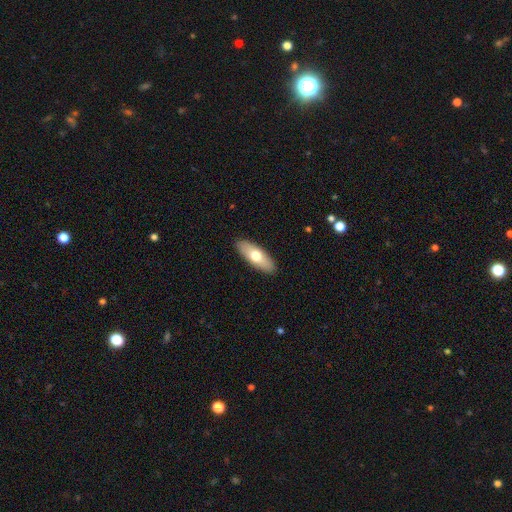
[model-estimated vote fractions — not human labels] A smooth galaxy with no disk features (67%) that is in between round and cigar-shaped (71%). Merging: none (90%).